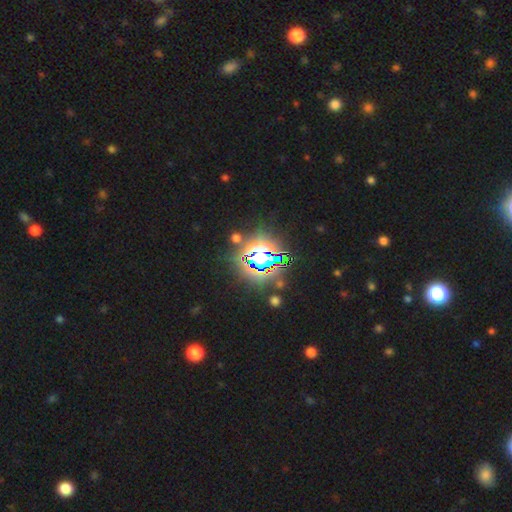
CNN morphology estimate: The model was most divided on "smooth or featured": star or artifact: 73%, smooth: 16%, featured or disk: 10%.